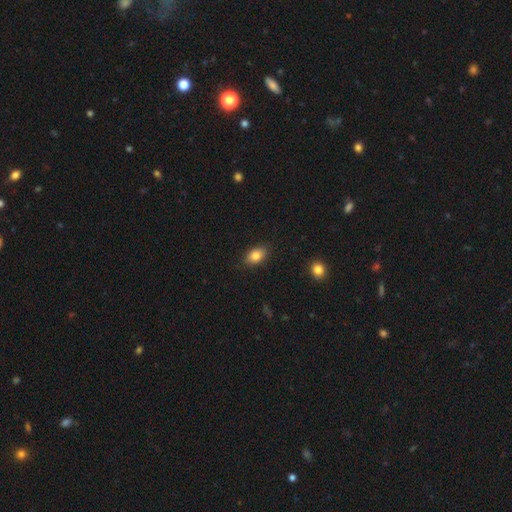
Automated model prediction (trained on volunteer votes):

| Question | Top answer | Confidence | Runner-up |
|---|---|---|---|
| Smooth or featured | smooth | 82% | featured or disk (9%) |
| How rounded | in between | 86% | round (12%) |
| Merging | none | 86% | minor disturbance (11%) |